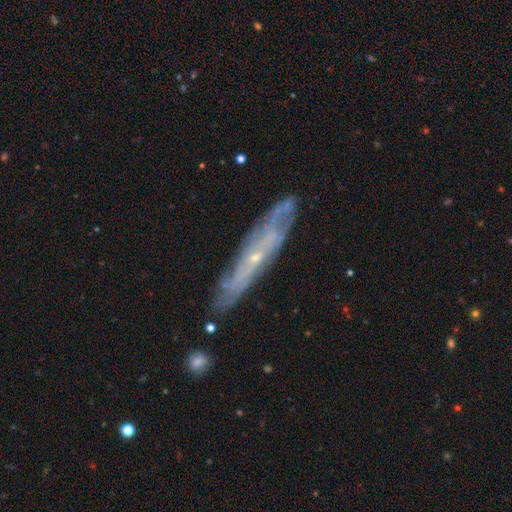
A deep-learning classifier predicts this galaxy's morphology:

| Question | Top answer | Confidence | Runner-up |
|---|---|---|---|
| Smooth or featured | featured or disk | 76% | smooth (16%) |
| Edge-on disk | no | 50% | tied: yes (50%) |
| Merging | none | 81% | minor disturbance (14%) |